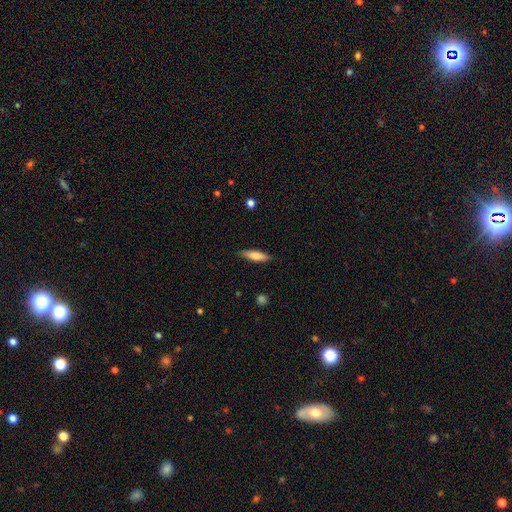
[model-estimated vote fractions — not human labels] A smooth galaxy with no disk features (72%) that is cigar-shaped (71%). Merging: none (88%).